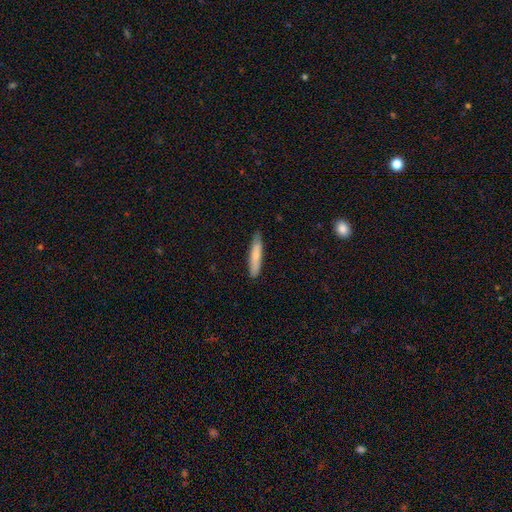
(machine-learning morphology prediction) Smooth or featured: smooth — 78% (featured or disk — 17%)
How rounded: cigar-shaped — 86% (in between — 13%)
Merging: none — 82% (minor disturbance — 15%)